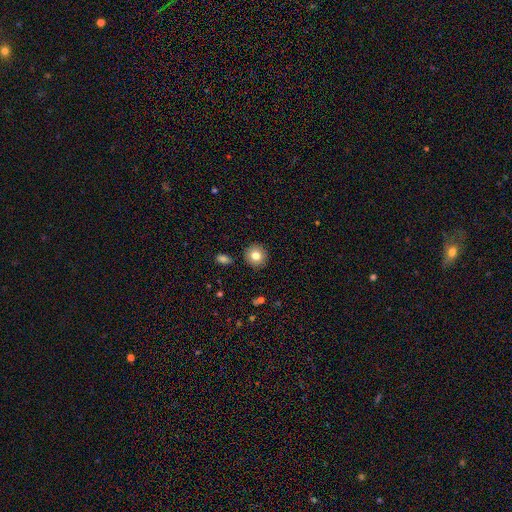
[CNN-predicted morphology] A smooth galaxy with no disk features (81%) that is round (92%).

Vote fractions:
- Smooth or featured? smooth: 81% / star or artifact: 10% / featured or disk: 10%
- How rounded? round: 92% / in between: 7% / cigar-shaped: 1%
- Merging? none: 90% / minor disturbance: 6% / merger: 2% / major disturbance: 2%